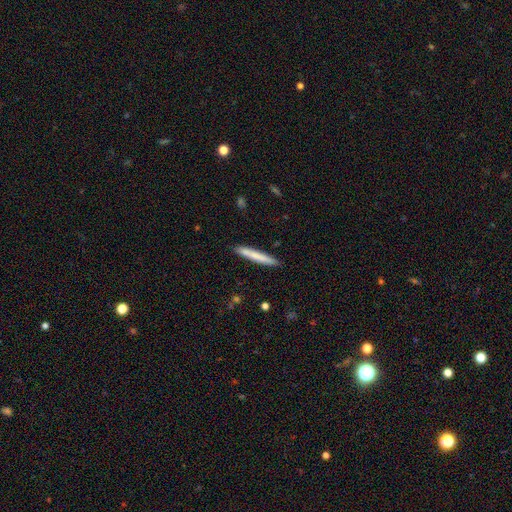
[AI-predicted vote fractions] smooth-or-featured: smooth: 74% | featured or disk: 20% | star or artifact: 6%
  how-rounded: cigar-shaped: 96% | in between: 3% | round: 1%
  merging: none: 88% | minor disturbance: 9% | major disturbance: 2% | merger: 2%